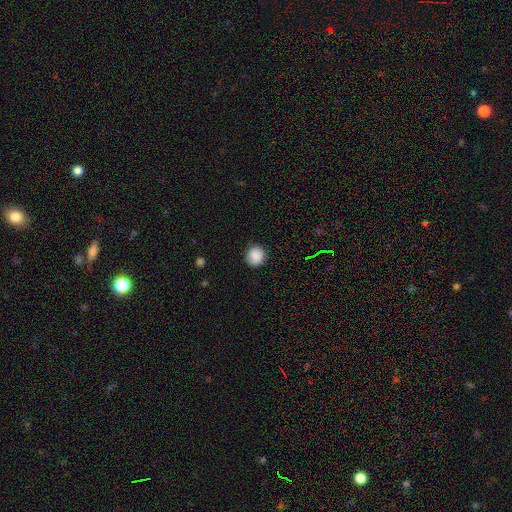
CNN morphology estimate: smooth-or-featured: smooth: 84% | star or artifact: 9% | featured or disk: 7%
  how-rounded: round: 88% | in between: 11% | cigar-shaped: 1%
  merging: none: 83% | minor disturbance: 13% | major disturbance: 3% | merger: 1%